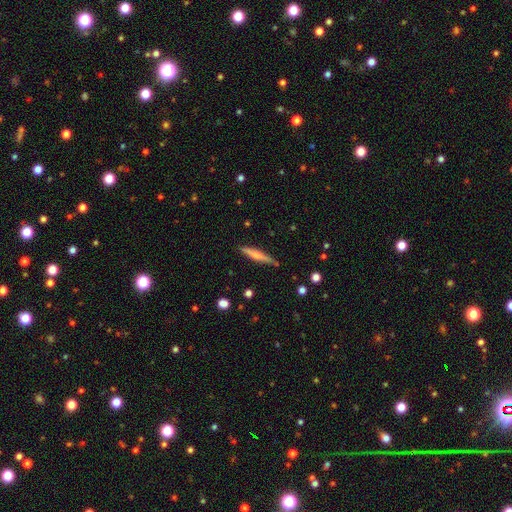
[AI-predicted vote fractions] smooth_or_featured: featured or disk (p=0.53) [alt: smooth p=0.39]
disk_edge_on: yes (p=0.96) [alt: no p=0.04]
edge_on_bulge: rounded (p=0.61) [alt: none p=0.30]
merging: none (p=0.88) [alt: minor disturbance p=0.09]